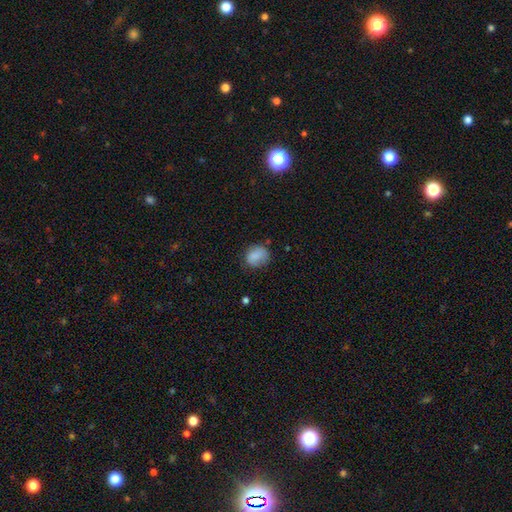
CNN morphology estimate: Smooth or featured? Predicted: smooth (p=0.83). How rounded? Predicted: round (p=0.60). Merging? Predicted: none (p=0.67).